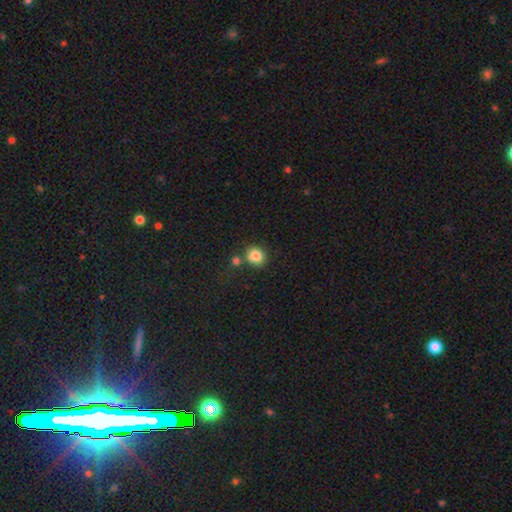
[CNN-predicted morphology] type=smooth (82%); roundness=round (69%); merging=none (61%).